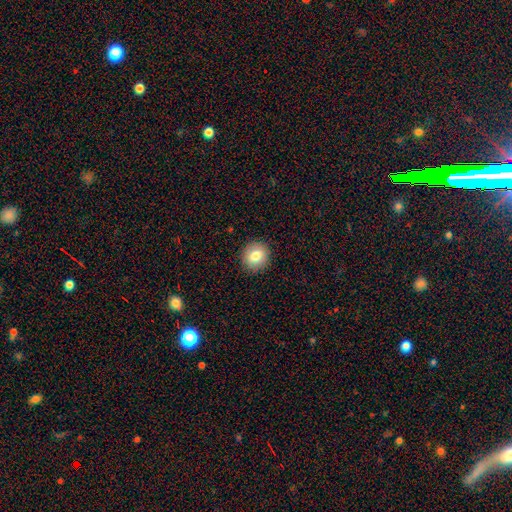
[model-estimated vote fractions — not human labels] A smooth galaxy with no disk features (81%) that is round (86%).

Vote fractions:
- Smooth or featured? smooth: 81% / featured or disk: 10% / star or artifact: 9%
- How rounded? round: 86% / in between: 13% / cigar-shaped: 1%
- Merging? none: 91% / minor disturbance: 6% / major disturbance: 2% / merger: 1%